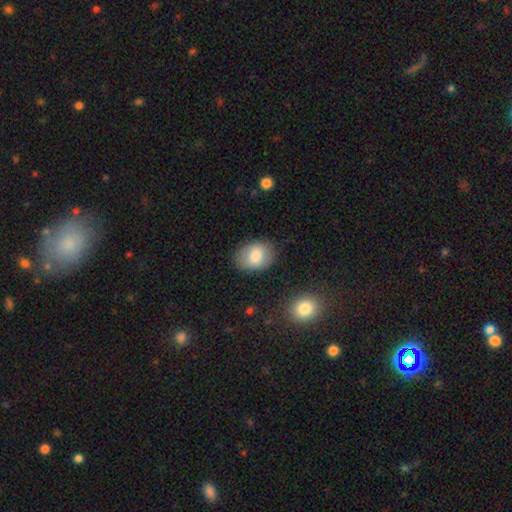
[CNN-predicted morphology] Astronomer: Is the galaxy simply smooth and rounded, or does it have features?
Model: smooth — 80%.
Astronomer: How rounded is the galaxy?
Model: in between — 75%.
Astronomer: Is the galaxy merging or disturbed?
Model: none — 82%.